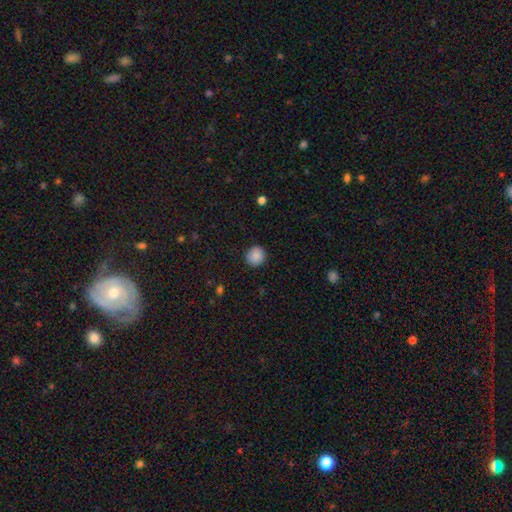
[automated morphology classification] A smooth galaxy with no disk features (88%) that is round (92%). Merging: none (91%).